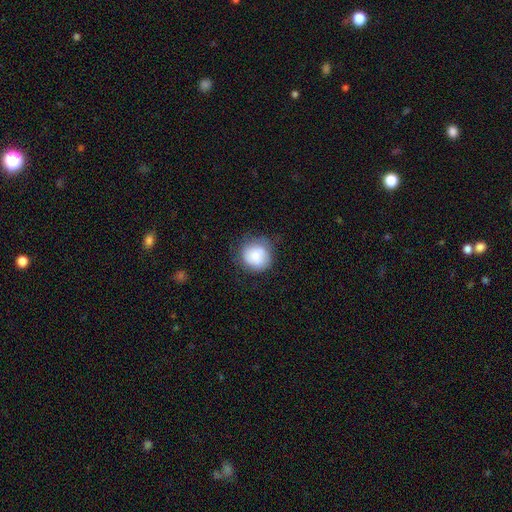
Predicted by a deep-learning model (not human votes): A smooth galaxy with no disk features (76%) that is round (86%).

Vote fractions:
- Smooth or featured? smooth: 76% / featured or disk: 16% / star or artifact: 8%
- How rounded? round: 86% / in between: 13% / cigar-shaped: 1%
- Merging? none: 62% / minor disturbance: 25% / major disturbance: 9% / merger: 4%